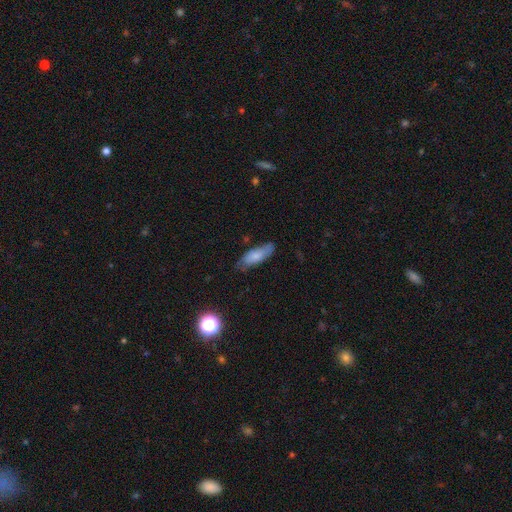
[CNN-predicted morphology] Smooth or featured: smooth — 73% (featured or disk — 20%)
How rounded: in between — 62% (cigar-shaped — 36%)
Merging: none — 66% (minor disturbance — 26%)